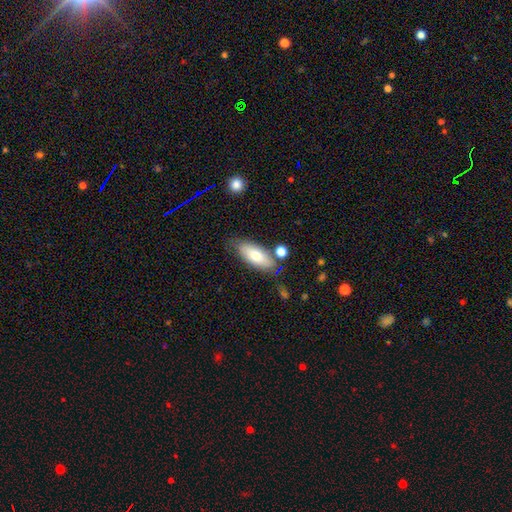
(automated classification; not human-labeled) Smooth or featured?
  - smooth: 74% *
  - featured or disk: 19%
  - star or artifact: 7%
How rounded?
  - in between: 80% *
  - cigar-shaped: 18%
  - round: 3%
Merging?
  - none: 72% *
  - minor disturbance: 16%
  - merger: 8%
  - major disturbance: 4%